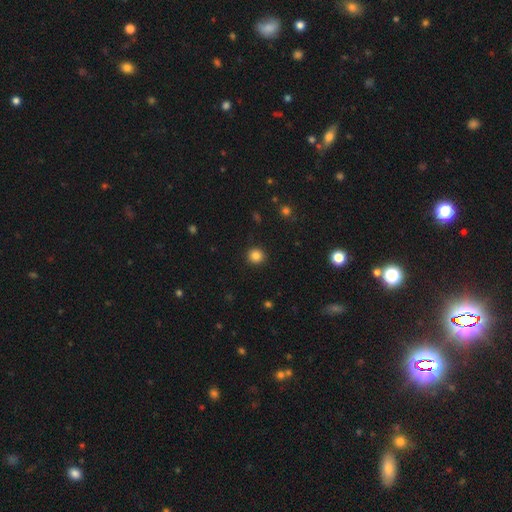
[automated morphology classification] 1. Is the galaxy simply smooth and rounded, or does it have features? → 84% smooth, 12% star or artifact, 4% featured or disk.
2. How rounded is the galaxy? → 93% round, 6% in between, 1% cigar-shaped.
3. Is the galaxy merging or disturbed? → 92% none, 5% minor disturbance, 2% major disturbance, 1% merger.